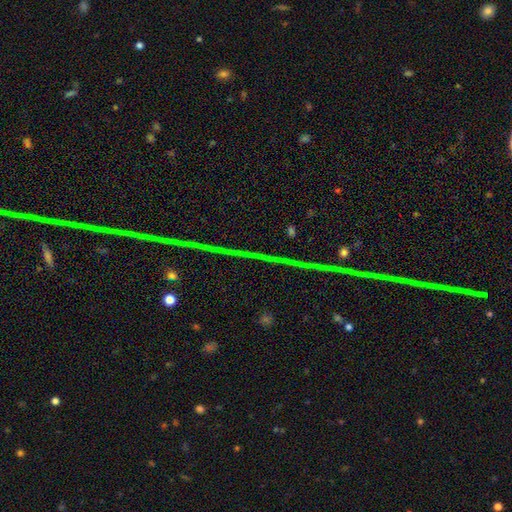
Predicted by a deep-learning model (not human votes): Smooth or featured: star or artifact — 86% (featured or disk — 9%)